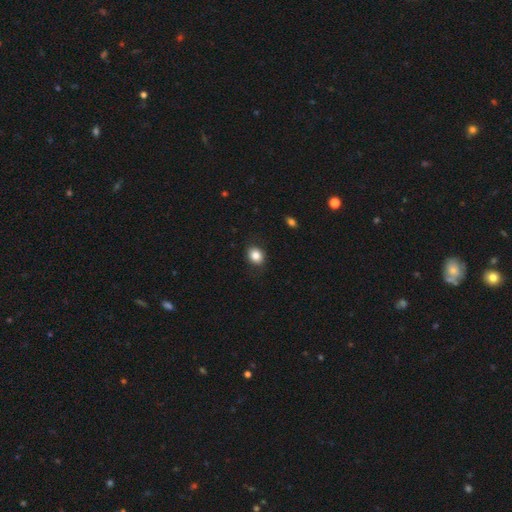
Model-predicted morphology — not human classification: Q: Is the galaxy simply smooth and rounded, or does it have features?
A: smooth — 84%.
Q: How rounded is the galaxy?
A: round — 52%.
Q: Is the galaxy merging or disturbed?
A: none — 86%.